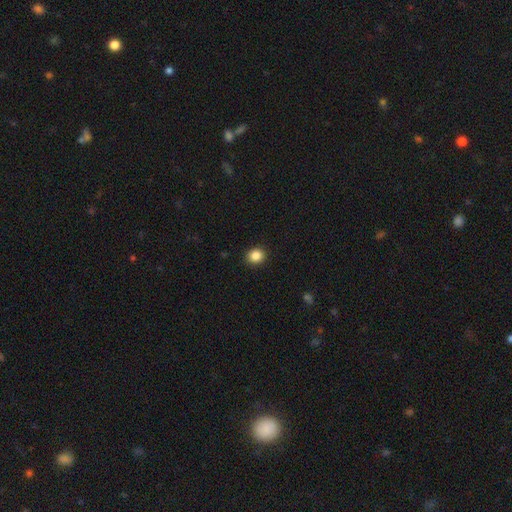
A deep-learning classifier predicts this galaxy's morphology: smooth-or-featured: smooth: 86% | star or artifact: 10% | featured or disk: 4%
  how-rounded: round: 77% | in between: 22% | cigar-shaped: 1%
  merging: none: 91% | minor disturbance: 6% | major disturbance: 2% | merger: 1%